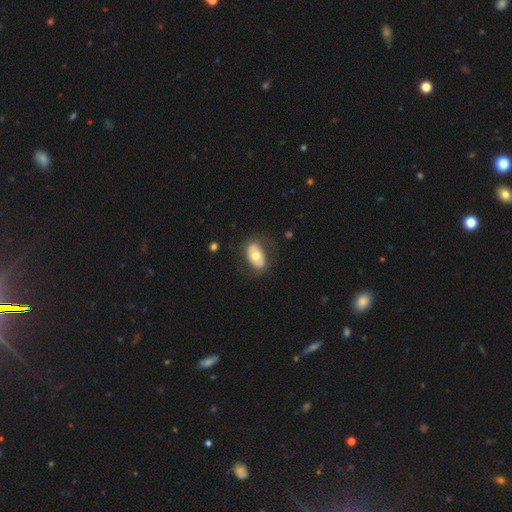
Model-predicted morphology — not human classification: The model was most divided on "smooth or featured": smooth: 52%, featured or disk: 43%, star or artifact: 6%. More confident: how rounded — in between (88%); merging — none (71%).